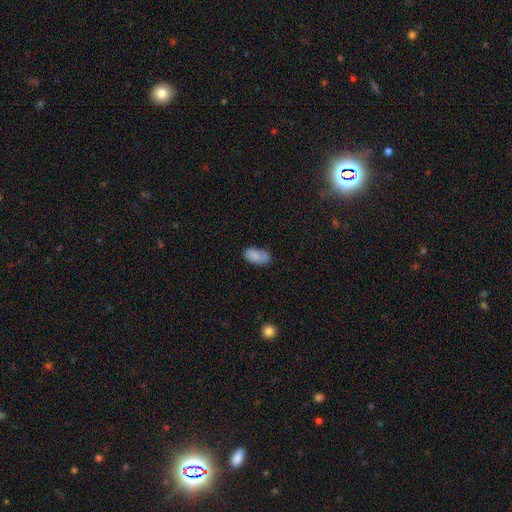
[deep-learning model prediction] The model was most divided on "merging": none: 65%, minor disturbance: 25%, major disturbance: 6%, merger: 4%. More confident: how rounded — in between (93%); smooth or featured — smooth (83%).